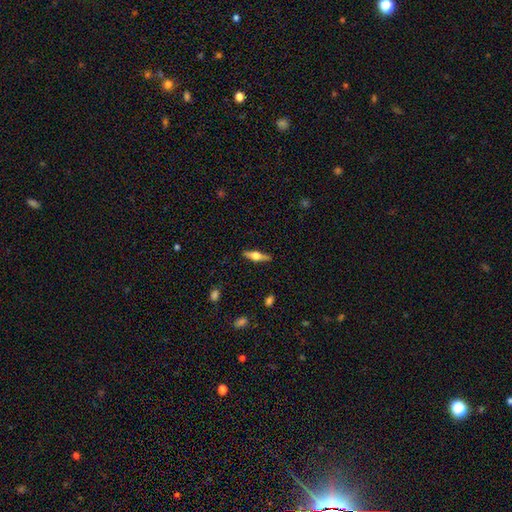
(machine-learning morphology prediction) This is possibly a featured or disk galaxy (57%). It is clearly viewed edge-on (95%). Edge-on bulge: clearly rounded (93%). Merging: clearly none (87%).